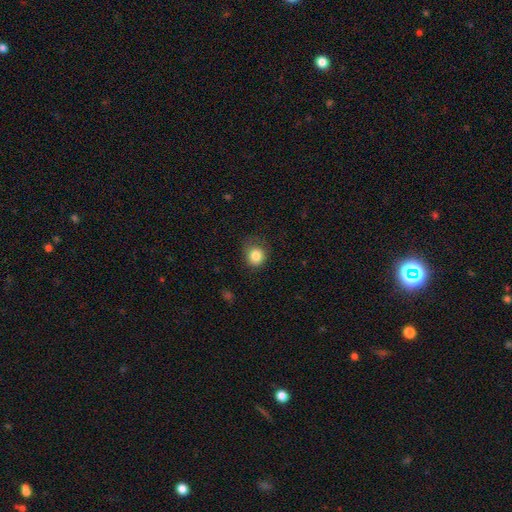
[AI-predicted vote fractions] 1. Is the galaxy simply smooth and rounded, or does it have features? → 84% smooth, 10% star or artifact, 6% featured or disk.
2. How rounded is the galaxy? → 82% round, 17% in between, 1% cigar-shaped.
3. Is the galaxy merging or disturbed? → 65% none, 24% minor disturbance, 9% major disturbance, 1% merger.